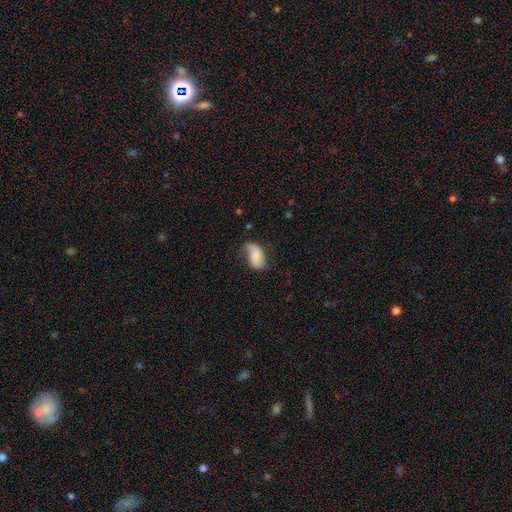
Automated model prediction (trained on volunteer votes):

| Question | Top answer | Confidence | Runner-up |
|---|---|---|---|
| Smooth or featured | smooth | 55% | featured or disk (37%) |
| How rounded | in between | 92% | round (6%) |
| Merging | none | 38% | minor disturbance (33%) |